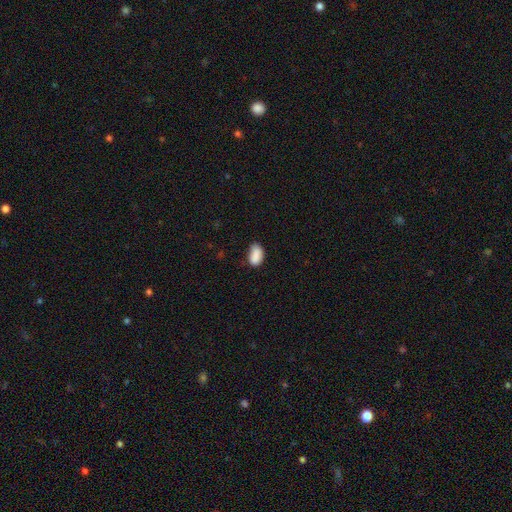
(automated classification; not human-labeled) smooth-or-featured: smooth: 87% | star or artifact: 8% | featured or disk: 5%
  how-rounded: in between: 92% | round: 7% | cigar-shaped: 2%
  merging: none: 63% | minor disturbance: 29% | major disturbance: 5% | merger: 3%